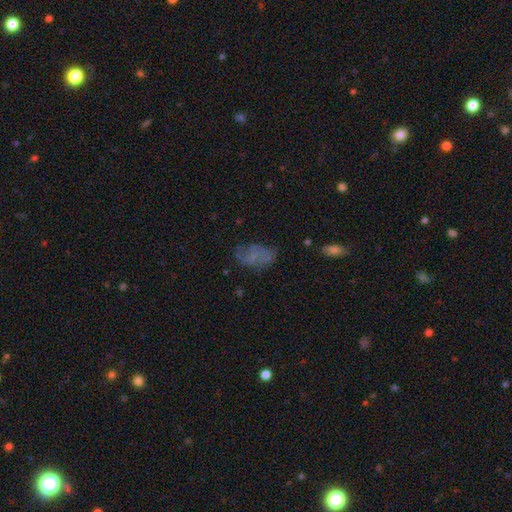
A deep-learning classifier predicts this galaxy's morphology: smooth_or_featured: smooth (p=0.46) [alt: featured or disk p=0.37]
merging: none (p=0.56) [alt: minor disturbance p=0.24]